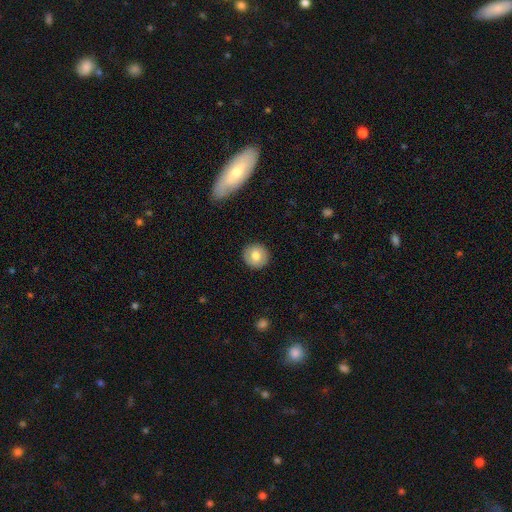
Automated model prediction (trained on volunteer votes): The model was most divided on "smooth or featured": smooth: 74%, featured or disk: 18%, star or artifact: 8%. More confident: how rounded — round (92%); merging — none (91%).